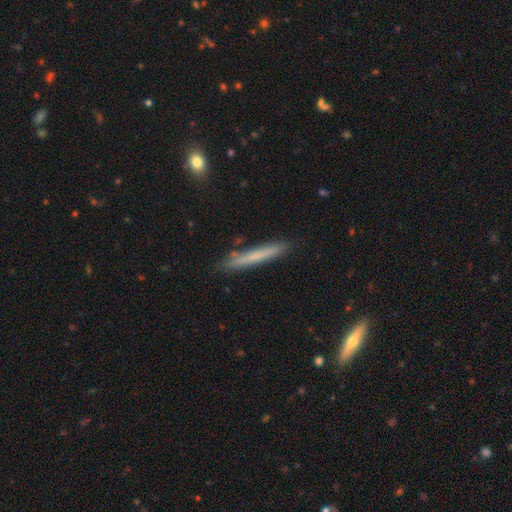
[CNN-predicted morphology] Overall: smooth (64%; featured or disk 29%). How rounded: cigar-shaped (96%). Merging: none (86%).